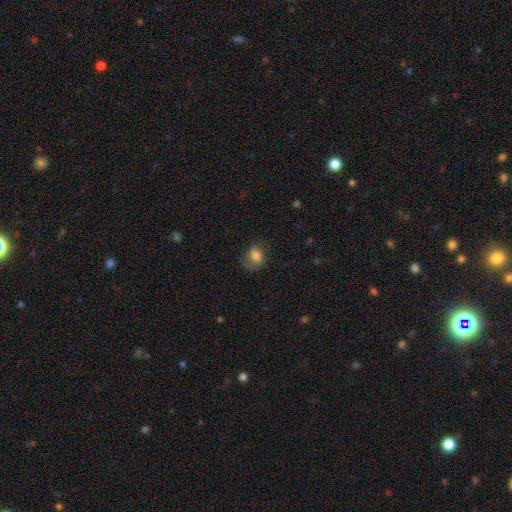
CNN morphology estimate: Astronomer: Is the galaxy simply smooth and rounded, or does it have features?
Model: smooth — 76%.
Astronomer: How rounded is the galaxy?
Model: in between — 61% (runner-up: round, 38%).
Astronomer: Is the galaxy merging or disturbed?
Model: none — 56%.